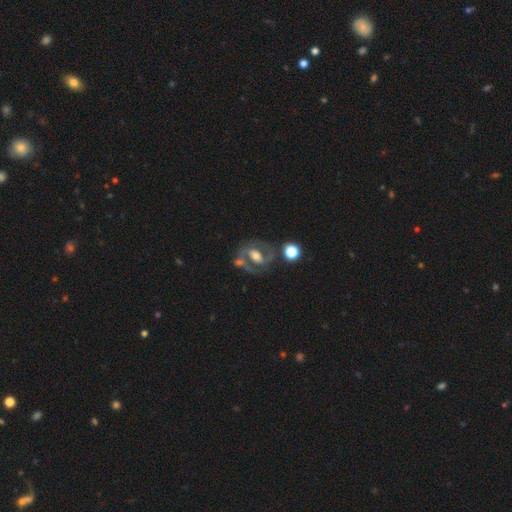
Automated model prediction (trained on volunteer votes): A featured or disk galaxy (77%) with a weak bar (37%), 2 (85%) medium (53%) spiral arms (82%) and a moderate central bulge (59%). Merging: none (58%).